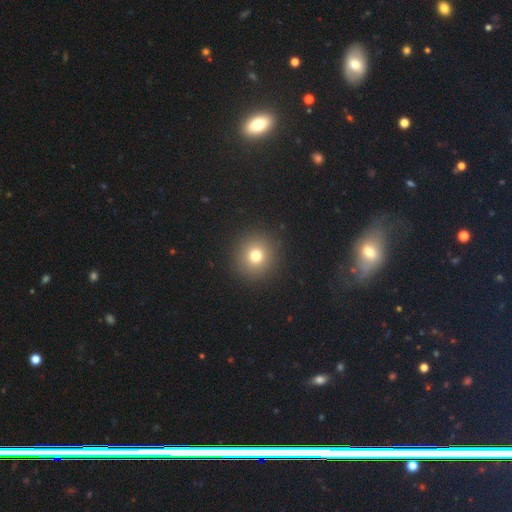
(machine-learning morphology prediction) Smooth or featured? Predicted: smooth (p=0.75). How rounded? Predicted: round (p=0.92). Merging? Predicted: none (p=0.92).